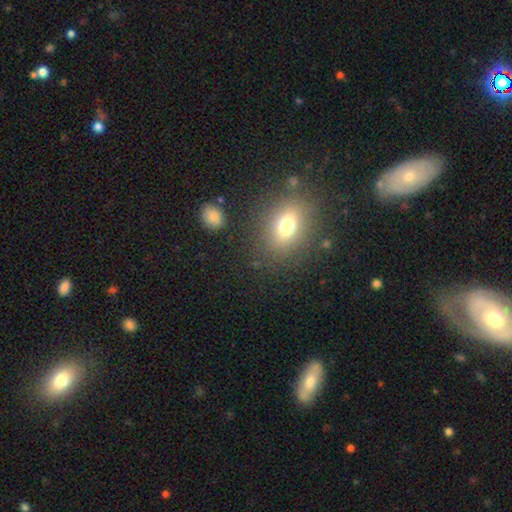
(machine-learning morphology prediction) The model was most divided on "how rounded": in between: 60%, round: 38%, cigar-shaped: 3%. More confident: merging — none (81%); smooth or featured — smooth (59%).